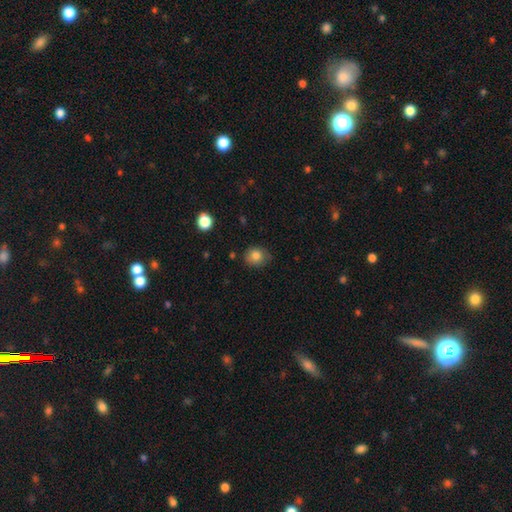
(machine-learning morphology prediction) smooth_or_featured: smooth (p=0.83) [alt: star or artifact p=0.10]
how_rounded: round (p=0.67) [alt: in between p=0.32]
merging: none (p=0.72) [alt: minor disturbance p=0.22]